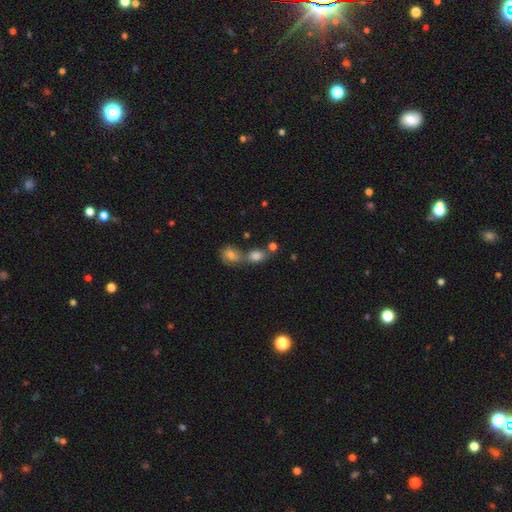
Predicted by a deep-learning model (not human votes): smooth 74%, star or artifact 13%, featured or disk 13%. Down the decision tree: how rounded — in between (54%); merging — merger (50%).